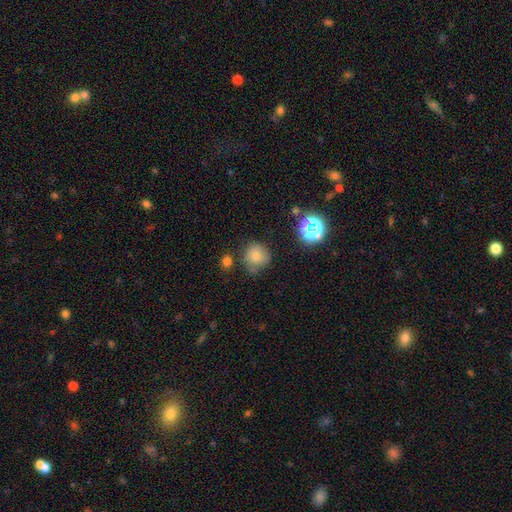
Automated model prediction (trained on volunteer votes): Smooth or featured? smooth (76%)
How rounded? round (89%)
Merging? none (67%)